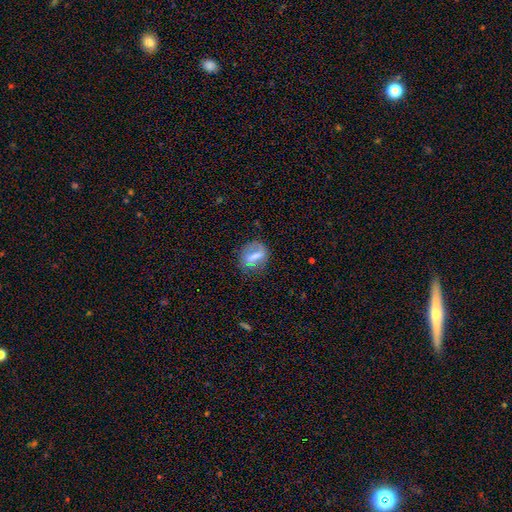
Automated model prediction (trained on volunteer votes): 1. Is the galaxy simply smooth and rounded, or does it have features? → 46% smooth, 43% featured or disk, 11% star or artifact.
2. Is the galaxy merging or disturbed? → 61% none, 22% minor disturbance, 13% major disturbance, 4% merger.